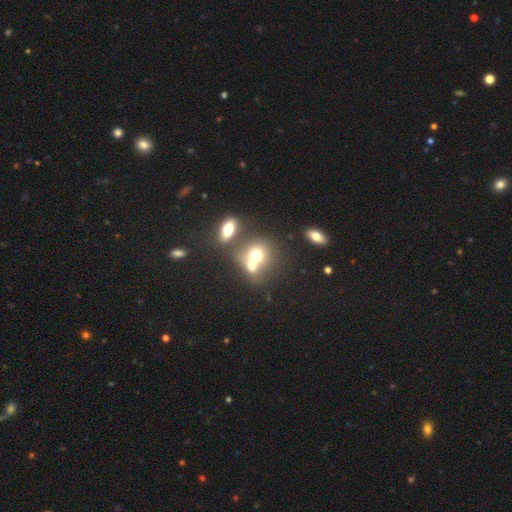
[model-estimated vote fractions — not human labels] Smooth or featured? smooth (65%)
How rounded? round (66%)
Merging? merger (63%)